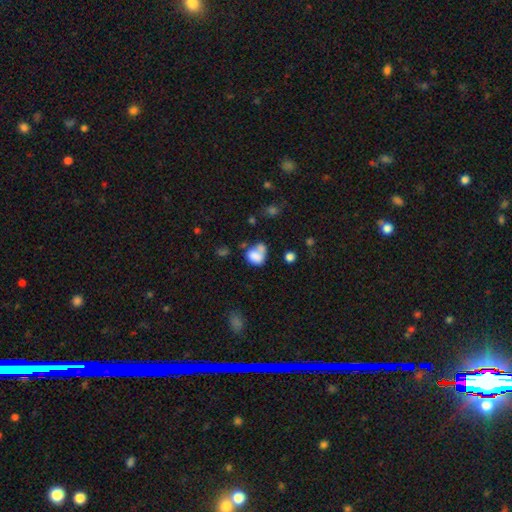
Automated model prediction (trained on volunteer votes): Smooth or featured?
  - smooth: 74% *
  - featured or disk: 15%
  - star or artifact: 11%
How rounded?
  - in between: 63% *
  - round: 36%
  - cigar-shaped: 1%
Merging?
  - merger: 40% *
  - none: 27%
  - minor disturbance: 18%
  - major disturbance: 15%